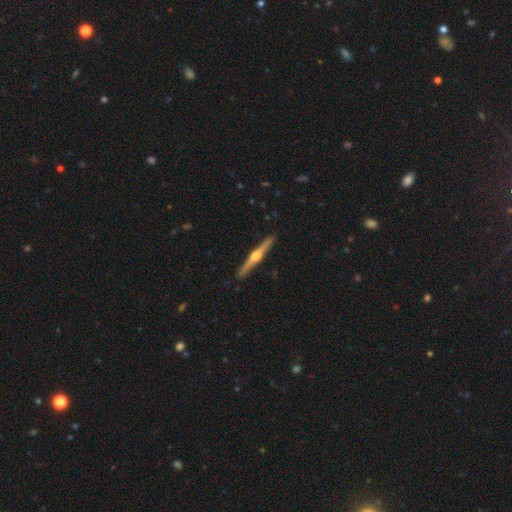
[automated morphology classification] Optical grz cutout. It shows a featured or disk galaxy (80%) viewed edge-on (98%) with a rounded central bulge (95%). Merging: none (92%).